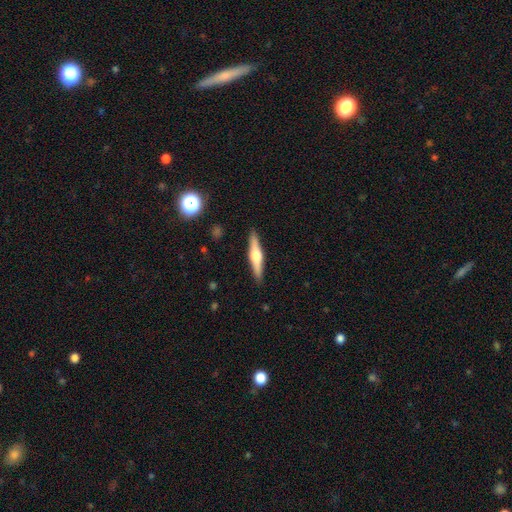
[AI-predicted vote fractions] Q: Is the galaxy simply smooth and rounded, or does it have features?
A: featured or disk — 62%.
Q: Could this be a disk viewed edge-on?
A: yes — 97%.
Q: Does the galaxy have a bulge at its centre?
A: rounded — 92%.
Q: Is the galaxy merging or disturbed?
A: none — 91%.